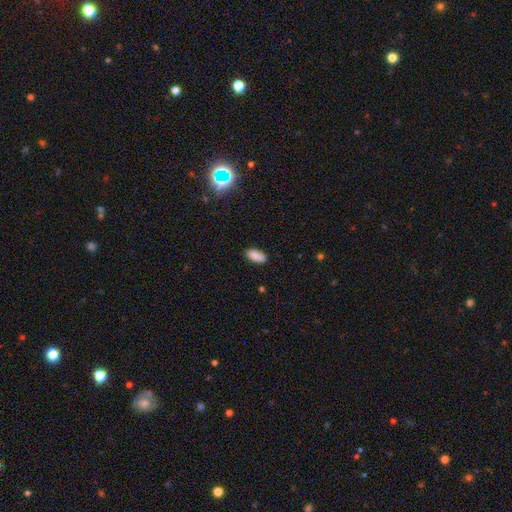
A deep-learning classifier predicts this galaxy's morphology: A smooth galaxy with no disk features (85%) that is in between round and cigar-shaped (89%).

Vote fractions:
- Smooth or featured? smooth: 85% / star or artifact: 8% / featured or disk: 6%
- How rounded? in between: 89% / cigar-shaped: 8% / round: 2%
- Merging? none: 81% / minor disturbance: 14% / major disturbance: 3% / merger: 2%